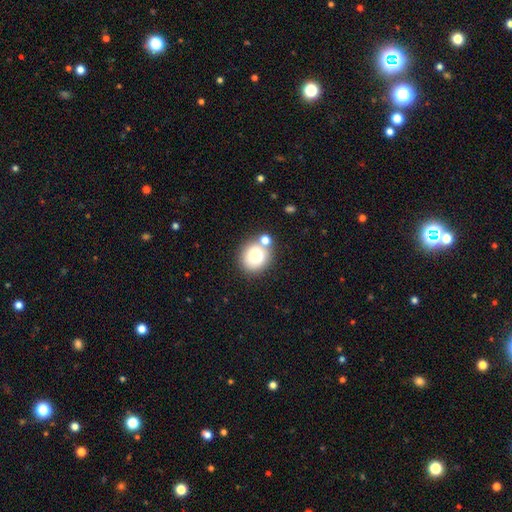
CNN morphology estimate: smooth-or-featured: smooth: 80% | featured or disk: 11% | star or artifact: 9%
  how-rounded: round: 74% | in between: 25% | cigar-shaped: 1%
  merging: none: 64% | merger: 20% | minor disturbance: 12% | major disturbance: 4%